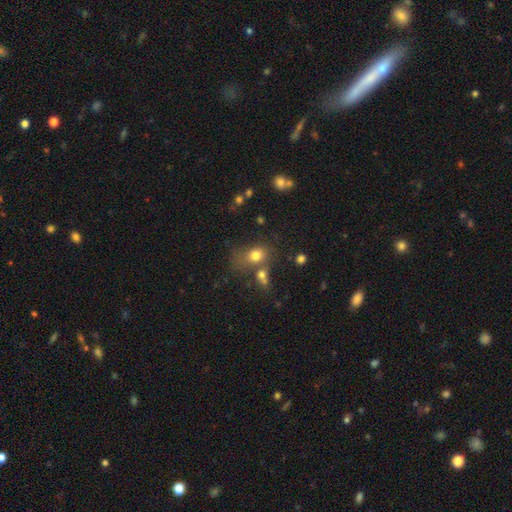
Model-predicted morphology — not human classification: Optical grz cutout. It shows a smooth galaxy with no disk features (75%) that is in between round and cigar-shaped (53%). Merging: none (41%).